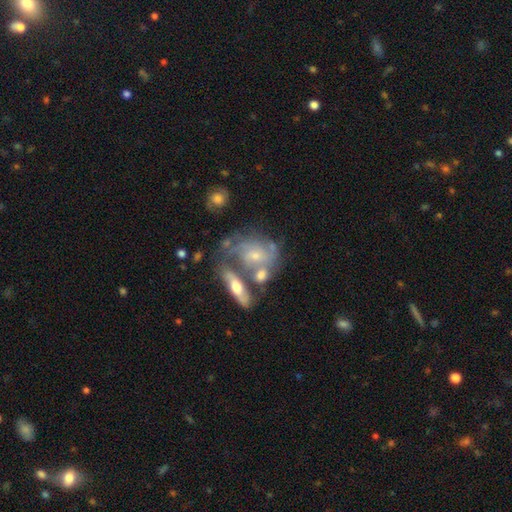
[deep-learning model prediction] This is likely a featured or disk galaxy (73%). It is clearly not viewed edge-on (92%). Bar: likely no (72%). Spiral arm pattern: clearly yes (81%). Spiral arm count: marginally can't tell (44%). Spiral winding: possibly tight (50%). Central bulge: likely small (63%). Merging: marginally none (36%).